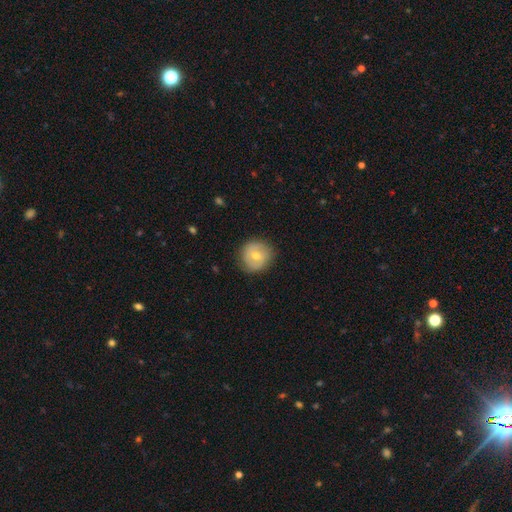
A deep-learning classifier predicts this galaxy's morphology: The model was most divided on "smooth or featured": smooth: 62%, featured or disk: 30%, star or artifact: 8%. More confident: how rounded — round (92%); merging — none (84%).